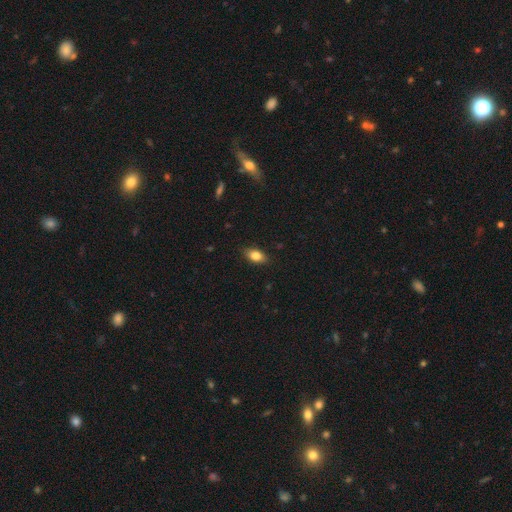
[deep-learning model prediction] A smooth galaxy with no disk features (83%) that is in between round and cigar-shaped (86%).

Vote fractions:
- Smooth or featured? smooth: 83% / featured or disk: 9% / star or artifact: 8%
- How rounded? in between: 86% / round: 9% / cigar-shaped: 5%
- Merging? none: 85% / minor disturbance: 11% / major disturbance: 2% / merger: 1%